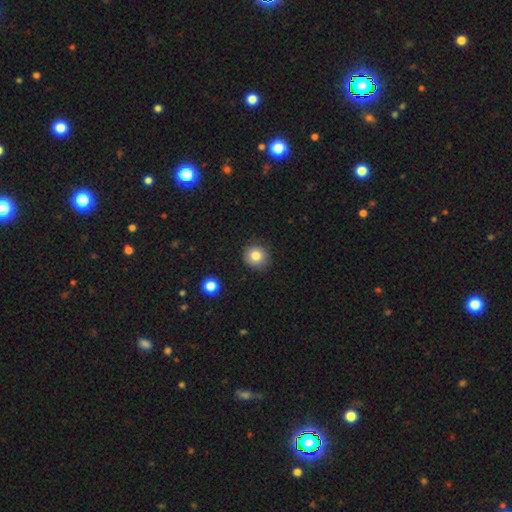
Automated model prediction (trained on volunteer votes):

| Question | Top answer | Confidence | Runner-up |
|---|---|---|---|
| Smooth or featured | smooth | 82% | star or artifact (10%) |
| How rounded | round | 89% | in between (10%) |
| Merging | none | 86% | minor disturbance (10%) |